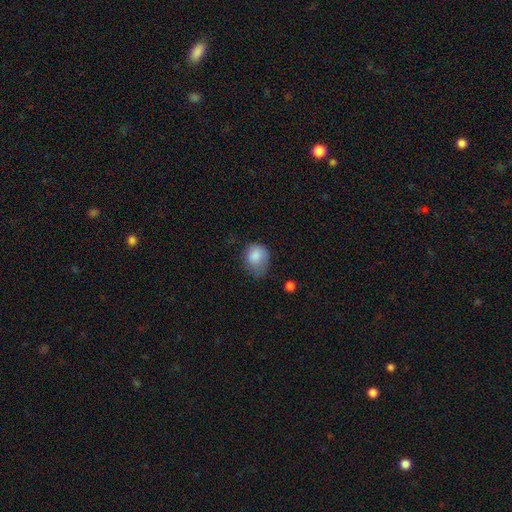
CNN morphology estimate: This appears to be a smooth galaxy with no disk features (83%) that is round (57%). Merging: minor disturbance (41%).